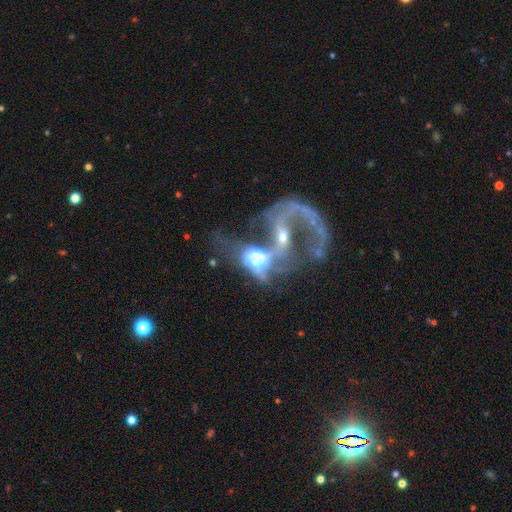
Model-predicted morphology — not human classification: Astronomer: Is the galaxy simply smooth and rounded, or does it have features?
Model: featured or disk — 71%.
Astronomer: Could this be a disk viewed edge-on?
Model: no — 96%.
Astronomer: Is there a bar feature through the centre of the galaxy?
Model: no — 60%.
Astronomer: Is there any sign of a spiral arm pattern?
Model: yes — 60% (runner-up: no, 40%).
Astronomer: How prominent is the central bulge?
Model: moderate — 45% (runner-up: small, 25%).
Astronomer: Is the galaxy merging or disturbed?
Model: merger — 66%.